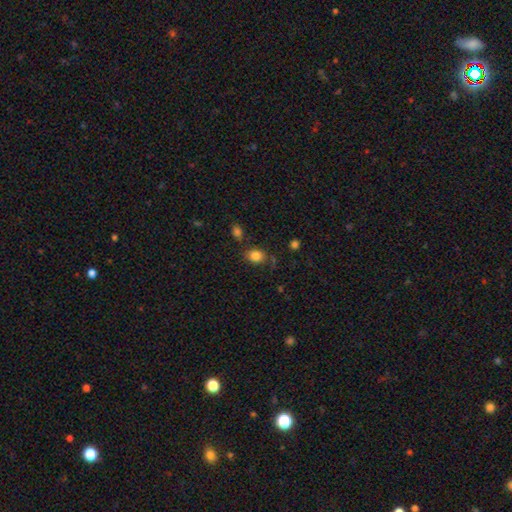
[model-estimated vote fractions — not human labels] Smooth or featured?
  - smooth: 83% *
  - star or artifact: 11%
  - featured or disk: 6%
How rounded?
  - in between: 50% *
  - round: 49%
  - cigar-shaped: 1%
Merging?
  - none: 73% *
  - minor disturbance: 16%
  - merger: 6%
  - major disturbance: 5%